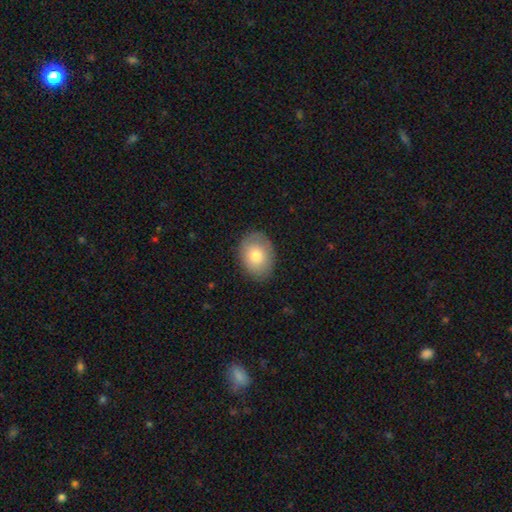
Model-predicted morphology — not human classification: The model was most divided on "how rounded": in between: 65%, round: 34%, cigar-shaped: 1%. More confident: merging — none (84%); smooth or featured — smooth (75%).